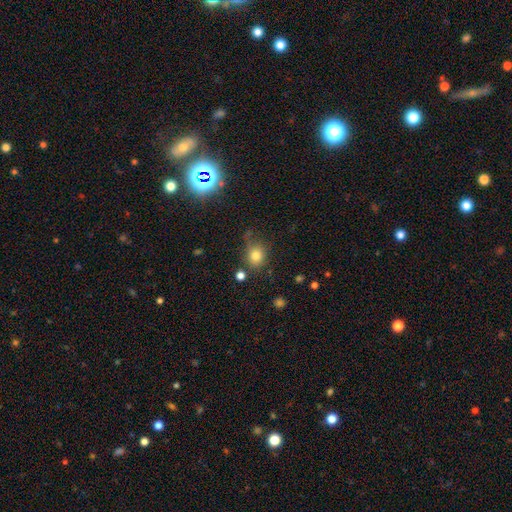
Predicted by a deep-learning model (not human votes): A smooth galaxy with no disk features (78%) that is round (73%). Merging: none (71%).